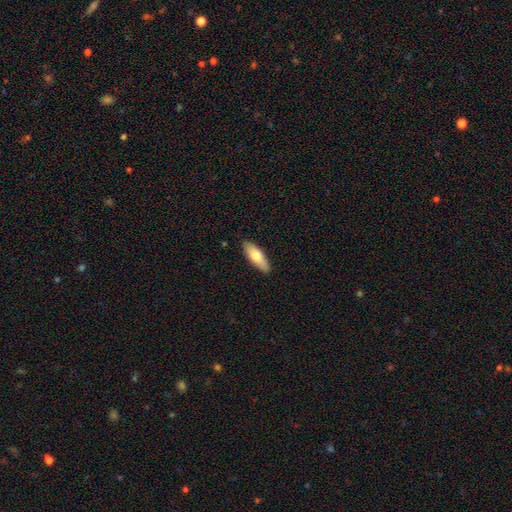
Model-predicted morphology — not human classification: This is likely a smooth galaxy (69%). How rounded: possibly in between (60%). Merging: clearly none (88%).